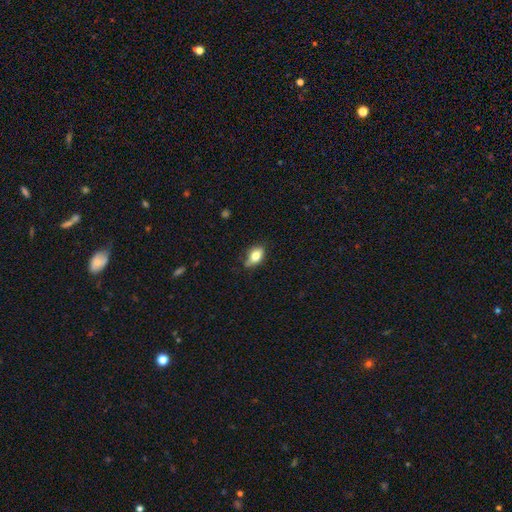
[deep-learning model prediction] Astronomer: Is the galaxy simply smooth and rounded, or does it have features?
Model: smooth — 77%.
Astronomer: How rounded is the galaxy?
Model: in between — 86%.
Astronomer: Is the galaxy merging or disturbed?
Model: none — 65%.